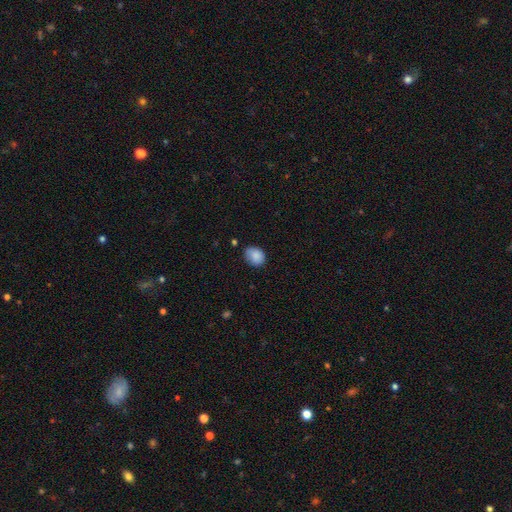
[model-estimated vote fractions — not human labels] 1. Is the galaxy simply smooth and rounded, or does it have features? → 87% smooth, 8% star or artifact, 5% featured or disk.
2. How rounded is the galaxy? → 54% in between, 45% round, 1% cigar-shaped.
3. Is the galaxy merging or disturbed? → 72% none, 22% minor disturbance, 4% major disturbance, 2% merger.